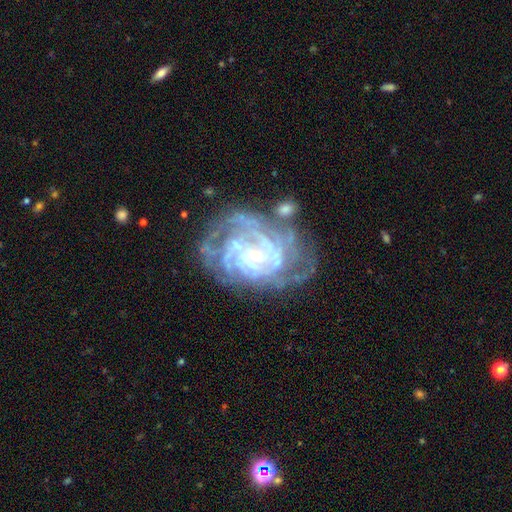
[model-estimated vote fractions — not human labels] Q: Smooth or featured?
A: featured or disk (86%); runner-up: star or artifact (7%)
Q: Edge-on disk?
A: no (98%); runner-up: yes (2%)
Q: Bar?
A: no (56%); runner-up: weak (33%)
Q: Spiral arms?
A: yes (94%); runner-up: no (6%)
Q: Spiral winding?
A: tight (71%); runner-up: medium (23%)
Q: Spiral arm count?
A: can't tell (35%); runner-up: 4 (20%)
Q: Bulge size?
A: small (77%); runner-up: moderate (13%)
Q: Merging?
A: none (59%); runner-up: minor disturbance (21%)